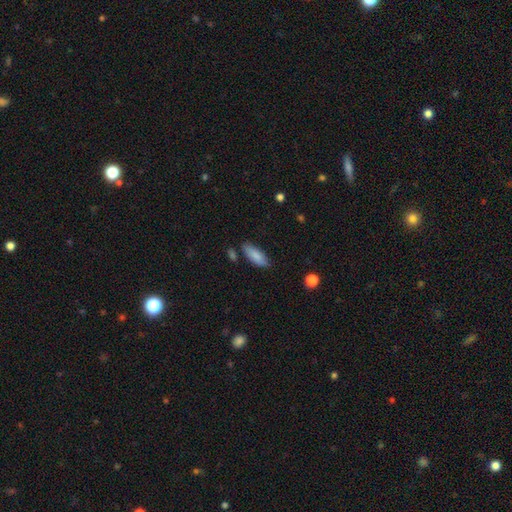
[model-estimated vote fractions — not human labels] A smooth galaxy with no disk features (83%) that is in between round and cigar-shaped (72%).

Vote fractions:
- Smooth or featured? smooth: 83% / featured or disk: 11% / star or artifact: 6%
- How rounded? in between: 72% / cigar-shaped: 26% / round: 2%
- Merging? none: 76% / minor disturbance: 17% / merger: 4% / major disturbance: 3%